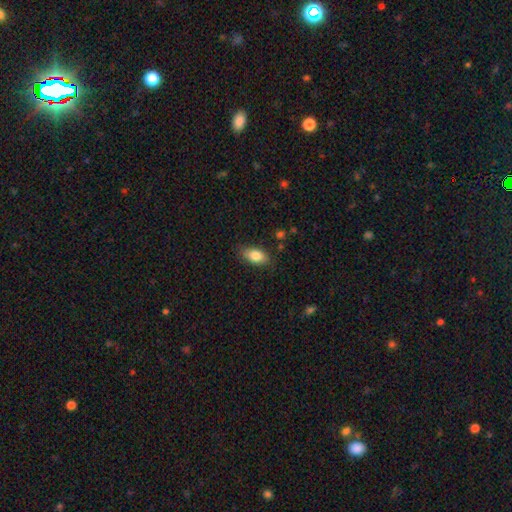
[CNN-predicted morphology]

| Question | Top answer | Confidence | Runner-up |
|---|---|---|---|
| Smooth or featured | smooth | 83% | featured or disk (10%) |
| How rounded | in between | 90% | round (5%) |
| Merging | none | 81% | minor disturbance (14%) |